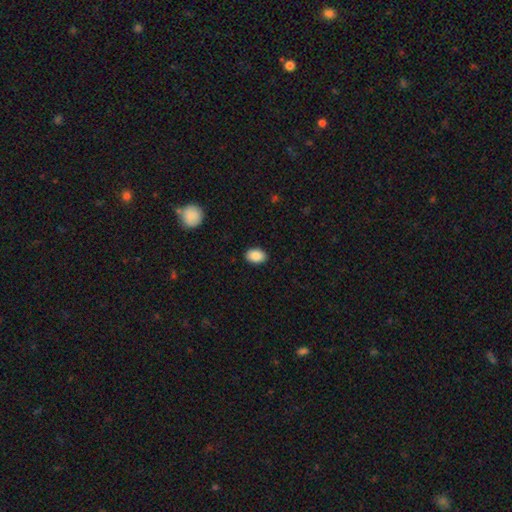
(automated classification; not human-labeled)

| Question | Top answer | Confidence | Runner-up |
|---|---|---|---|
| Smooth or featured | smooth | 90% | star or artifact (7%) |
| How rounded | in between | 84% | round (15%) |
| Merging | none | 89% | minor disturbance (8%) |